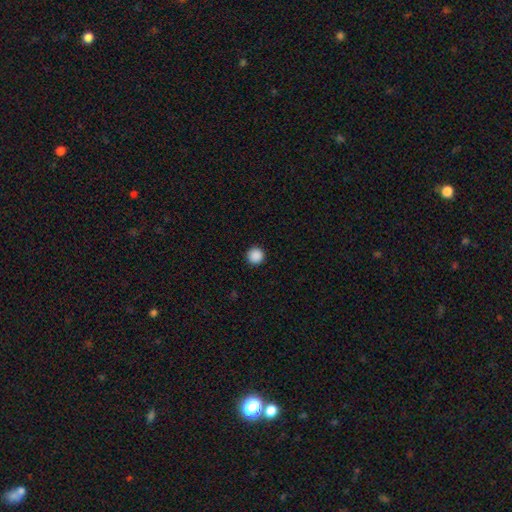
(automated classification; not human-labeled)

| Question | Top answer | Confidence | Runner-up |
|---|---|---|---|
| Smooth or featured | smooth | 89% | star or artifact (9%) |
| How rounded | round | 96% | in between (3%) |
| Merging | none | 93% | minor disturbance (4%) |